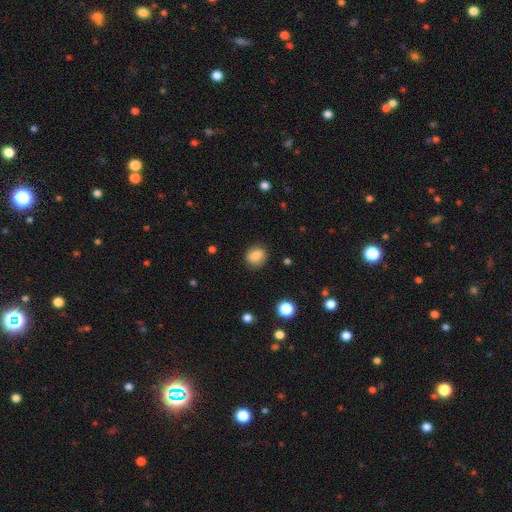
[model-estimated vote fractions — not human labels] This is clearly a smooth galaxy (83%). How rounded: likely round (66%). Merging: clearly none (83%).